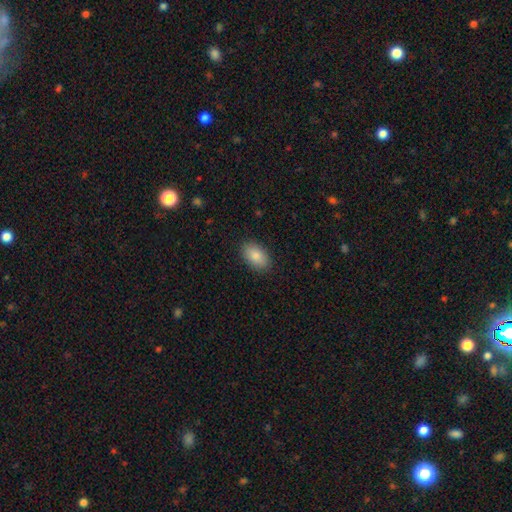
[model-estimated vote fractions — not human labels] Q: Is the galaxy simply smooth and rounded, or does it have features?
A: smooth — 86%.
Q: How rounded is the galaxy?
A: in between — 93%.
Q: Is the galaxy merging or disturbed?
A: none — 88%.